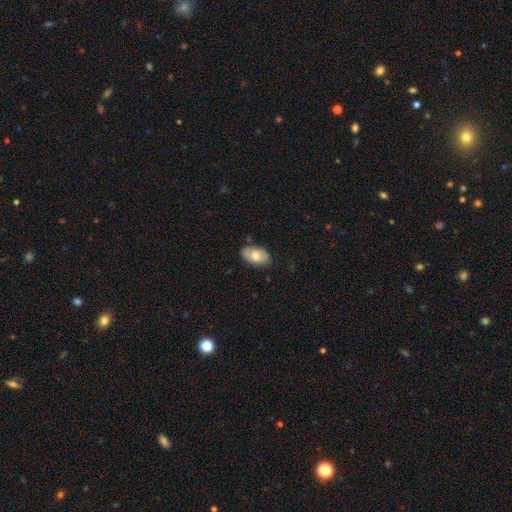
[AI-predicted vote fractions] The model was most divided on "smooth or featured": smooth: 71%, featured or disk: 23%, star or artifact: 7%. More confident: how rounded — in between (93%); merging — none (75%).